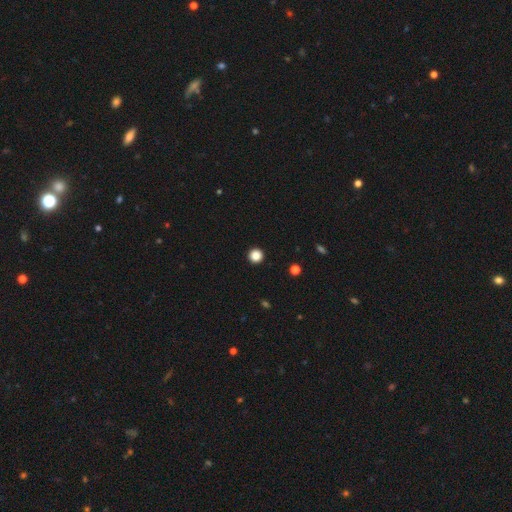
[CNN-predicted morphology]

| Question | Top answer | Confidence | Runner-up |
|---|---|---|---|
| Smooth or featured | smooth | 86% | star or artifact (12%) |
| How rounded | round | 96% | in between (3%) |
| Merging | none | 94% | minor disturbance (3%) |